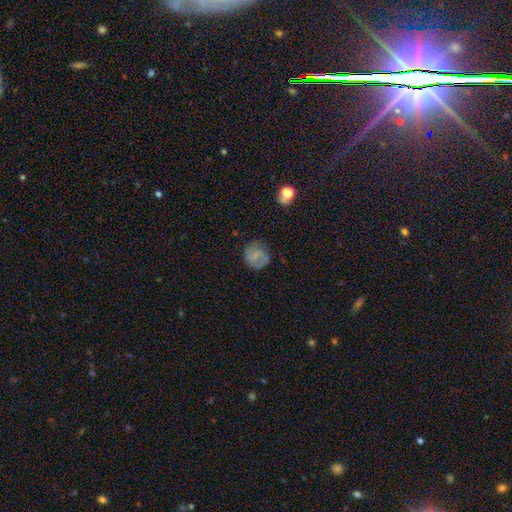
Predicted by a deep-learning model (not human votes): This appears to be a smooth galaxy with no disk features (53%) that is round (83%). Merging: none (69%).